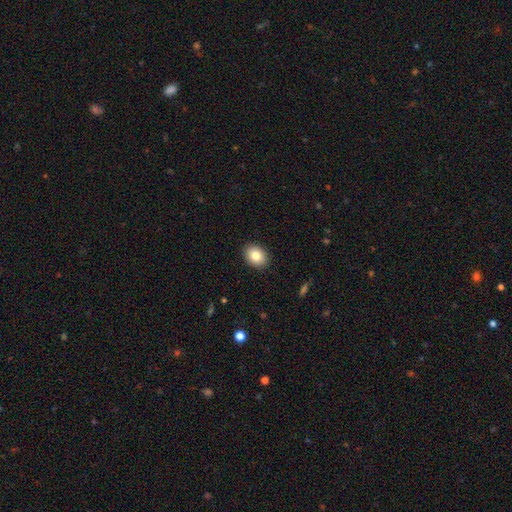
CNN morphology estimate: A smooth galaxy with no disk features (83%) that is in between round and cigar-shaped (60%). Merging: none (91%).